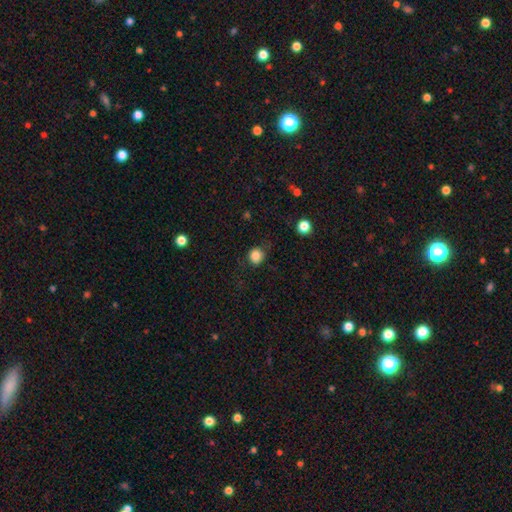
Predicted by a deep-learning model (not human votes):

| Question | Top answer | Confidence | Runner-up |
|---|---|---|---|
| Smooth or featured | smooth | 84% | star or artifact (11%) |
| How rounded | round | 87% | in between (12%) |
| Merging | none | 78% | minor disturbance (15%) |